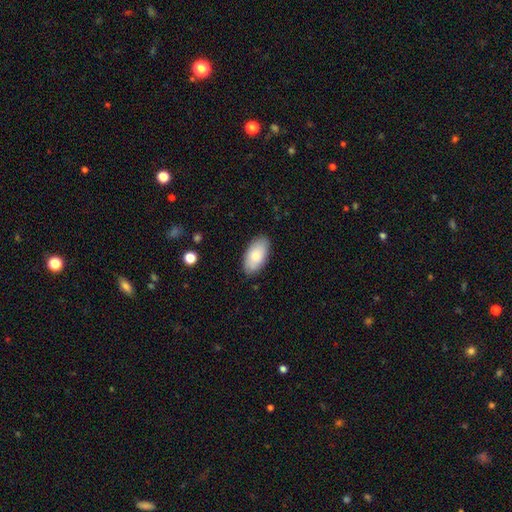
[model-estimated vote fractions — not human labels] This is likely a smooth galaxy (80%). How rounded: clearly in between (95%). Merging: clearly none (85%).